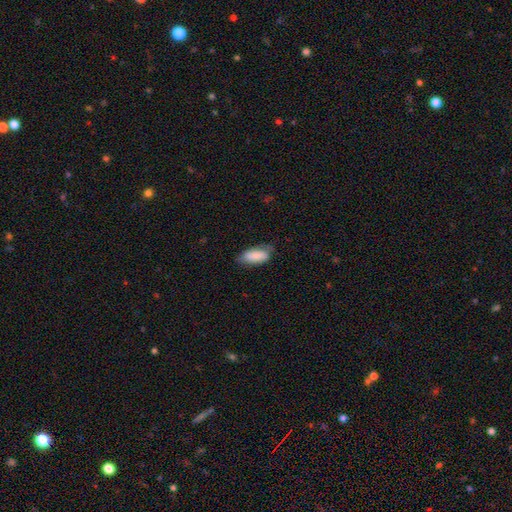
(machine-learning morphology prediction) Smooth or featured?
  - smooth: 78% *
  - featured or disk: 16%
  - star or artifact: 6%
How rounded?
  - in between: 88% *
  - cigar-shaped: 10%
  - round: 2%
Merging?
  - none: 62% *
  - minor disturbance: 29%
  - major disturbance: 8%
  - merger: 1%